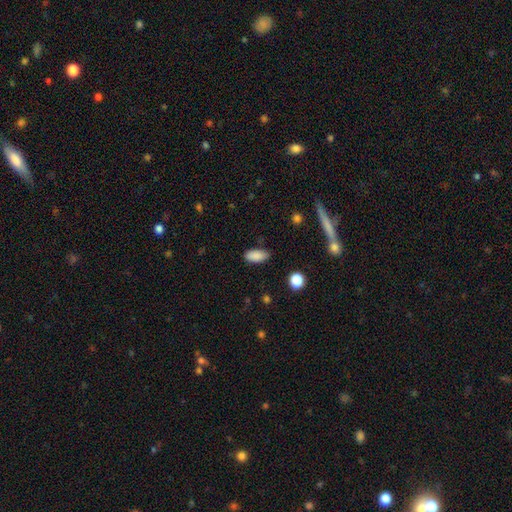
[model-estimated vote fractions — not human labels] Q: Smooth or featured?
A: smooth (87%); runner-up: star or artifact (8%)
Q: How rounded?
A: in between (87%); runner-up: cigar-shaped (10%)
Q: Merging?
A: none (81%); runner-up: minor disturbance (15%)